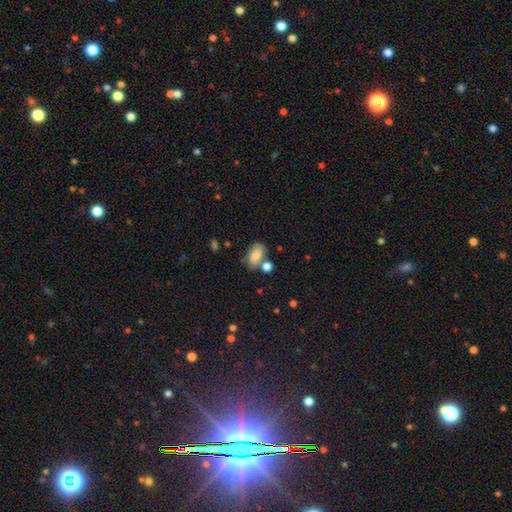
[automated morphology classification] smooth 76%, featured or disk 15%, star or artifact 9%. Down the decision tree: how rounded — in between (87%); merging — none (56%).